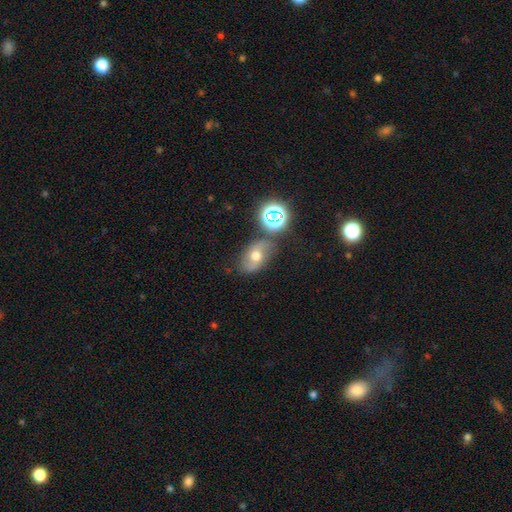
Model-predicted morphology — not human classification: Q: Smooth or featured?
A: featured or disk (43%); runner-up: smooth (39%)
Q: Merging?
A: none (68%); runner-up: minor disturbance (17%)